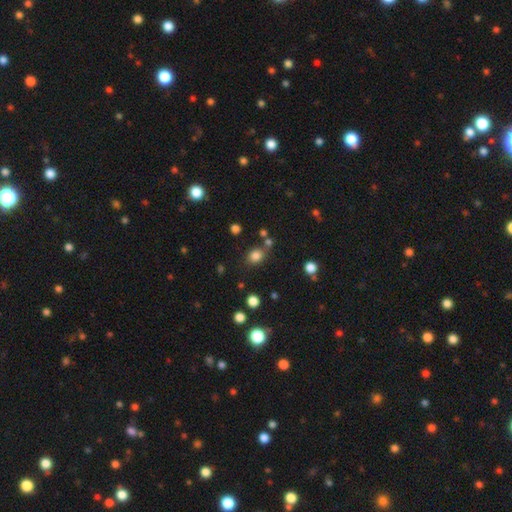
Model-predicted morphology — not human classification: Smooth or featured? Predicted: smooth (p=0.81). How rounded? Predicted: round (p=0.70). Merging? Predicted: none (p=0.73).